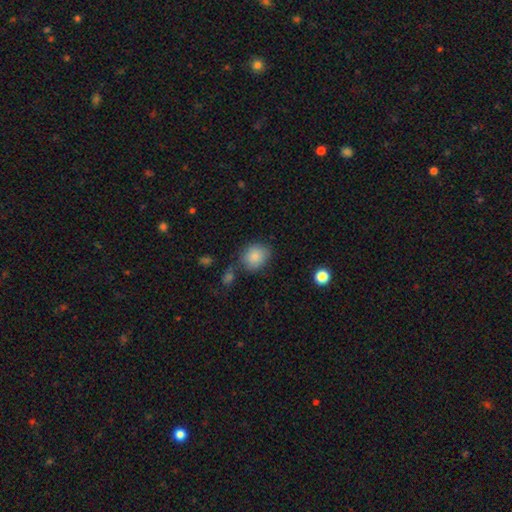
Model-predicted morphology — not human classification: A smooth galaxy with no disk features (85%) that is round (67%). Merging: none (74%).